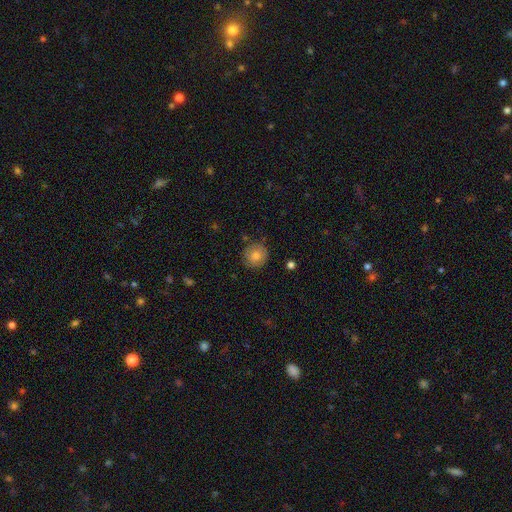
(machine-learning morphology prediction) Smooth or featured: smooth — 78% (featured or disk — 13%)
How rounded: round — 91% (in between — 8%)
Merging: none — 85% (minor disturbance — 11%)